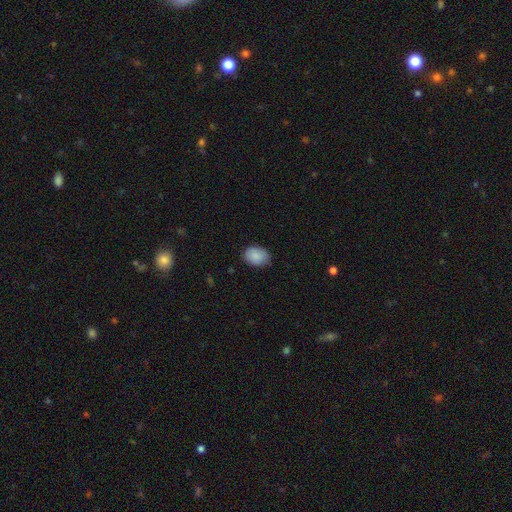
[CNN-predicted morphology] This is clearly a smooth galaxy (89%). How rounded: likely in between (73%). Merging: clearly none (81%).